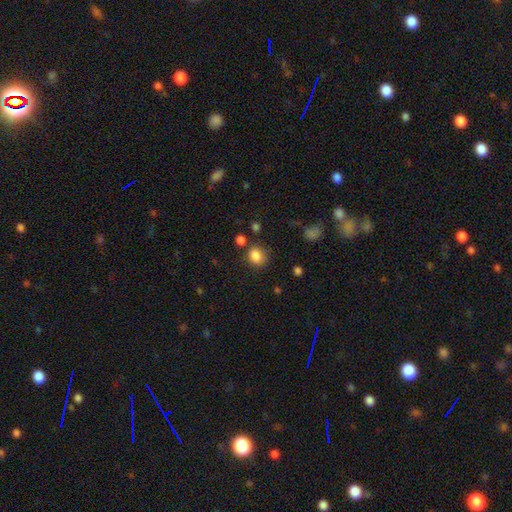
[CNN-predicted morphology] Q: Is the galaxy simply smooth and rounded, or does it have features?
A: smooth — 84%.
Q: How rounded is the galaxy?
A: round — 67%.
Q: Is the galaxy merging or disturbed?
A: none — 75%.